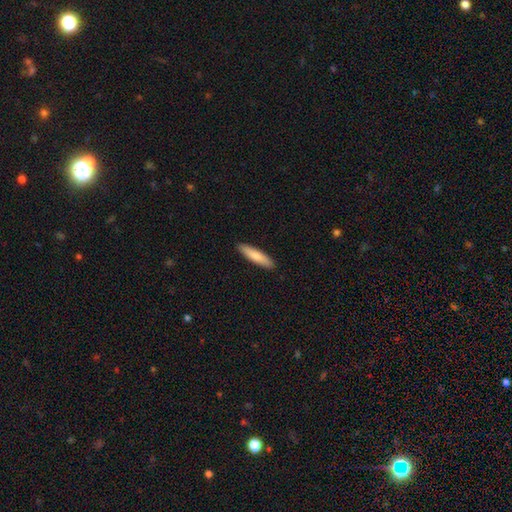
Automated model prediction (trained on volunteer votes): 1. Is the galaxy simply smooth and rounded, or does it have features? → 81% smooth, 14% featured or disk, 5% star or artifact.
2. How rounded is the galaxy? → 82% cigar-shaped, 16% in between, 1% round.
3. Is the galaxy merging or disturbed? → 91% none, 6% minor disturbance, 1% major disturbance, 1% merger.